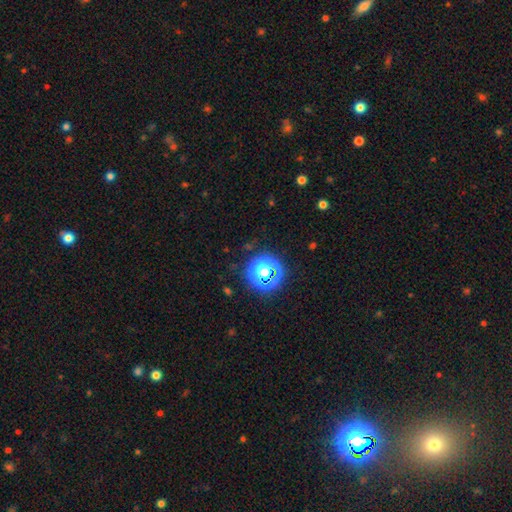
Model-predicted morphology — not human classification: Smooth or featured? star or artifact (76%)